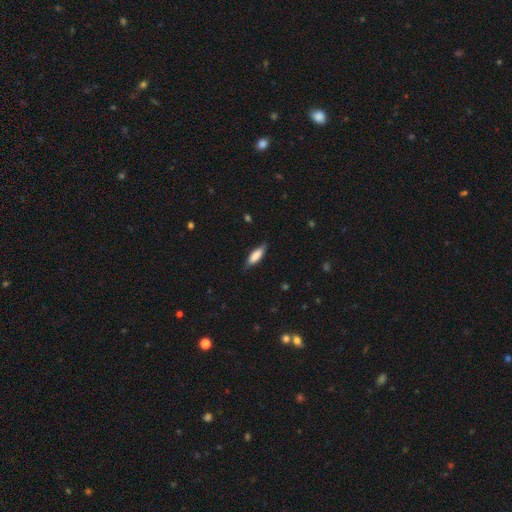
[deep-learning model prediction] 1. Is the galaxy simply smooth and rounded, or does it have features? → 78% smooth, 16% featured or disk, 6% star or artifact.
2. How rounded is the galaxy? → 56% in between, 42% cigar-shaped, 2% round.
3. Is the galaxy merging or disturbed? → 78% none, 17% minor disturbance, 3% major disturbance, 1% merger.